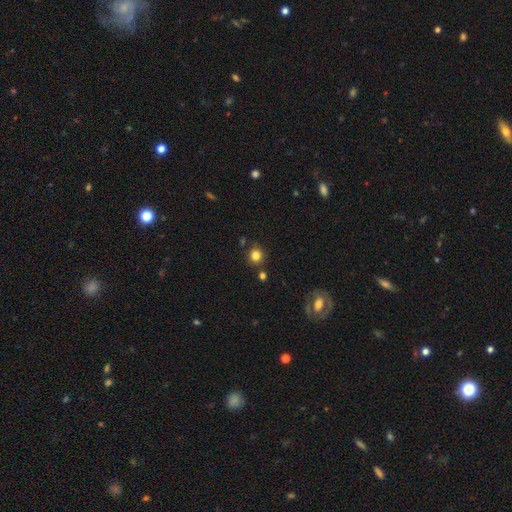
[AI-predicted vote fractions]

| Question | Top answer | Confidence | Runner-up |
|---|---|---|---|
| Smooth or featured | smooth | 81% | star or artifact (13%) |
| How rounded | round | 88% | in between (11%) |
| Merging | none | 83% | minor disturbance (9%) |